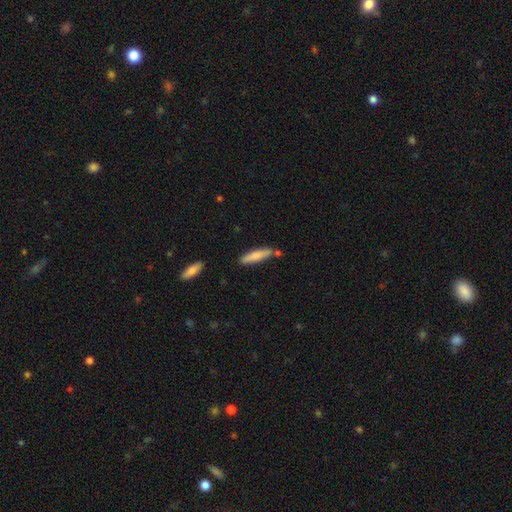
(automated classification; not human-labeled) smooth-or-featured: smooth: 77% | featured or disk: 17% | star or artifact: 6%
  how-rounded: cigar-shaped: 82% | in between: 16% | round: 1%
  merging: none: 77% | minor disturbance: 13% | merger: 8% | major disturbance: 3%